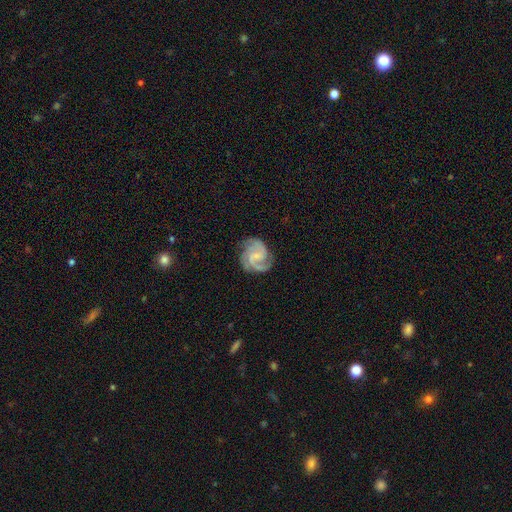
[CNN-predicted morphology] Smooth or featured? Predicted: featured or disk (p=0.88). Edge-on disk? Predicted: no (p=0.98). Bar? Predicted: weak (p=0.48). Spiral arms? Predicted: yes (p=0.98). Spiral winding? Predicted: medium (p=0.50). Spiral arm count? Predicted: 2 (p=0.64). Bulge size? Predicted: small (p=0.51). Merging? Predicted: none (p=0.75).